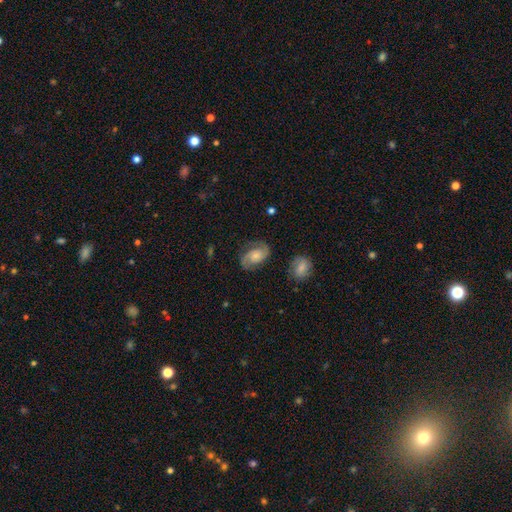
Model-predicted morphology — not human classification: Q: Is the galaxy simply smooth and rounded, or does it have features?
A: featured or disk — 79%.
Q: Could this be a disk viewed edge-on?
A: no — 98%.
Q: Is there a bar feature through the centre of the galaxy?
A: no — 68%.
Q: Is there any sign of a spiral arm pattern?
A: yes — 96%.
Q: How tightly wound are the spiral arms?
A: medium — 51%.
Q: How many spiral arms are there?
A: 2 — 90%.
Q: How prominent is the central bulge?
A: small — 46%.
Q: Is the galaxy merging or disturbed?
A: none — 77%.